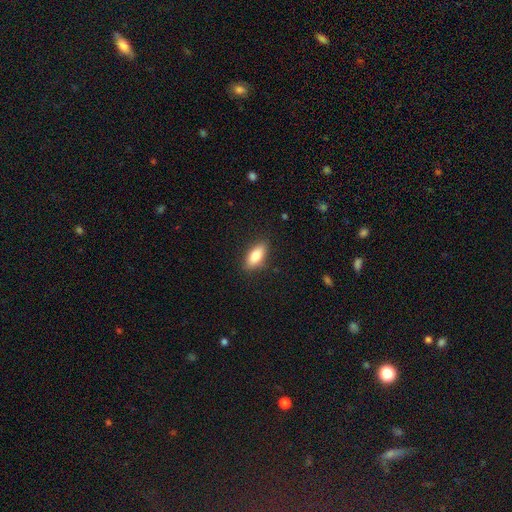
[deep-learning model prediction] Smooth or featured? smooth (81%)
How rounded? in between (80%)
Merging? none (86%)